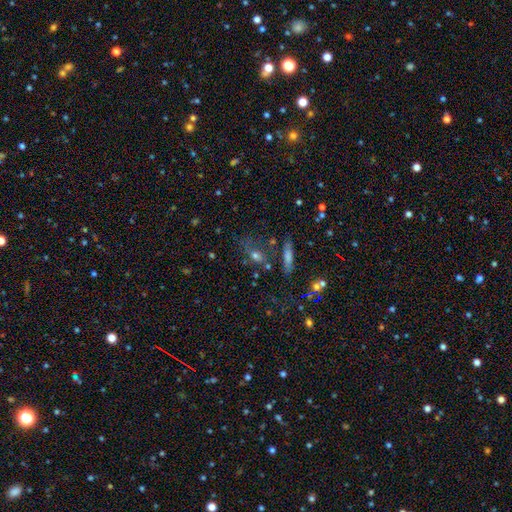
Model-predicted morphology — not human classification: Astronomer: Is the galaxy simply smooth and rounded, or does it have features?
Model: smooth — 58%.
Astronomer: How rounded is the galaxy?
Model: in between — 55%.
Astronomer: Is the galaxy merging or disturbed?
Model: none — 53%.